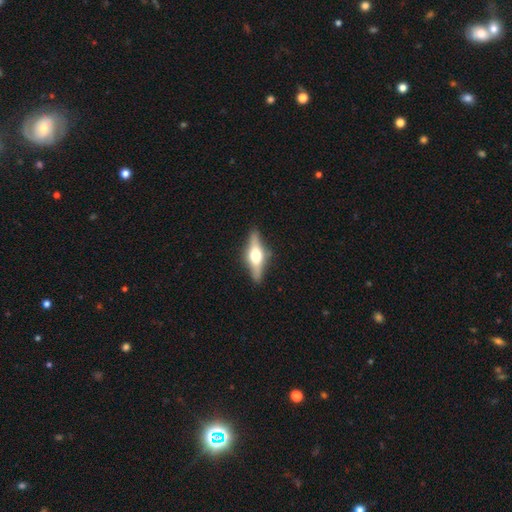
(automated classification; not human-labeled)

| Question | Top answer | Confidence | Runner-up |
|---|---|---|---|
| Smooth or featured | featured or disk | 66% | smooth (28%) |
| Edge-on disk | yes | 95% | no (5%) |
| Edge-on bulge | rounded | 93% | boxy (5%) |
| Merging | none | 86% | minor disturbance (10%) |